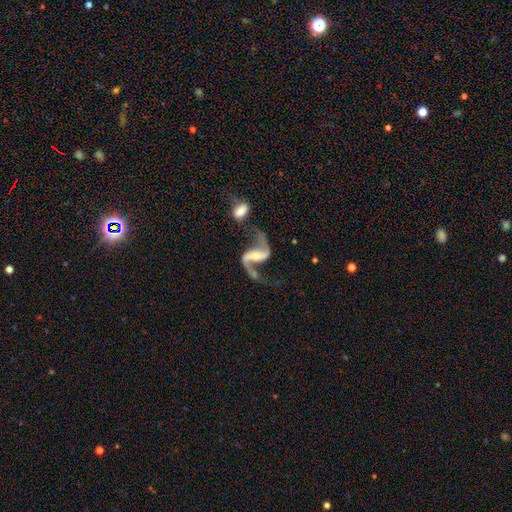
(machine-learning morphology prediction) The model was most divided on "bulge size": small: 46%, moderate: 39%, none: 8%, large: 6%, dominant: 2%. Remaining: edge-on disk — no (97%); spiral arms — yes (96%); spiral arm count — 2 (93%); smooth or featured — featured or disk (91%); spiral winding — loose (84%); merging — none (56%); bar — strong (45%).